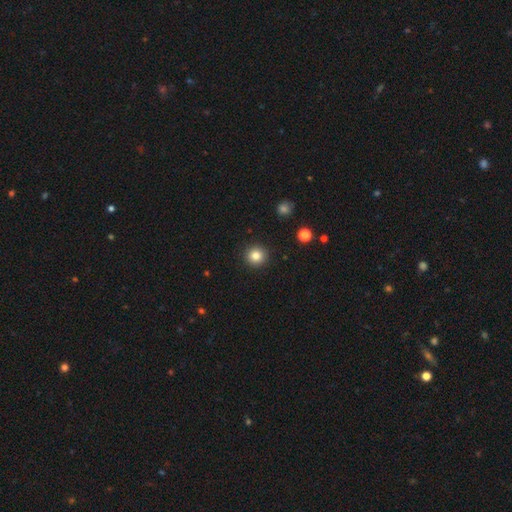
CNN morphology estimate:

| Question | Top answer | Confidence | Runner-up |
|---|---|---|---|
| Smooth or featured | smooth | 83% | star or artifact (11%) |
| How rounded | round | 94% | in between (5%) |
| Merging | none | 92% | minor disturbance (5%) |